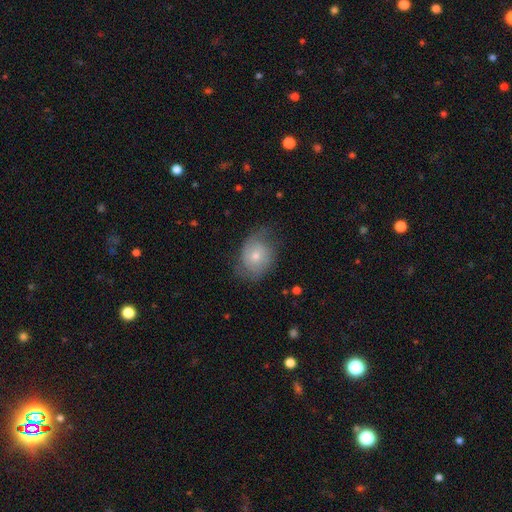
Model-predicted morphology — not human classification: type=smooth (54%); roundness=in between (55%); merging=none (58%).